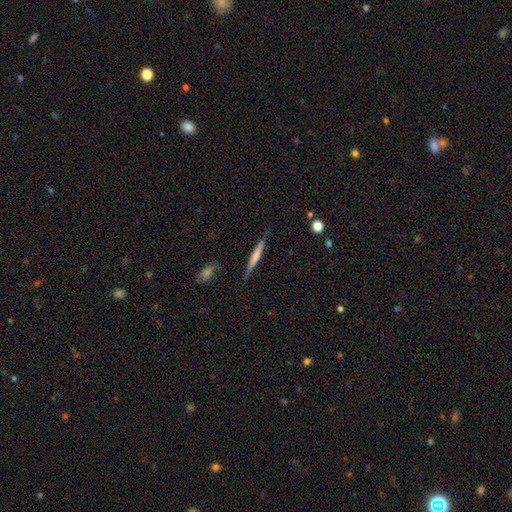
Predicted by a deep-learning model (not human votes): Smooth or featured? Predicted: smooth (p=0.49). Merging? Predicted: none (p=0.84).